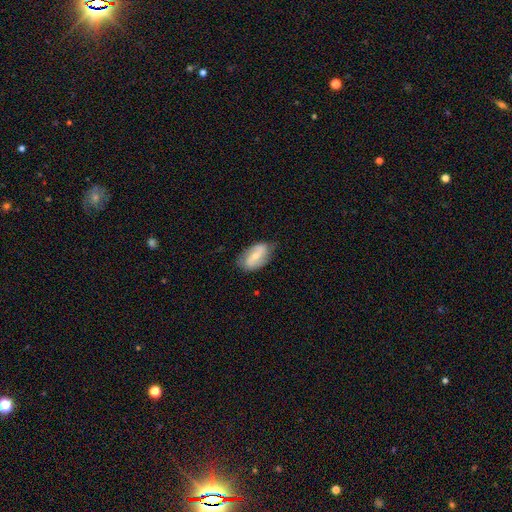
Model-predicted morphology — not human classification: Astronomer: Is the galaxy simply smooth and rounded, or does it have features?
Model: featured or disk — 66%.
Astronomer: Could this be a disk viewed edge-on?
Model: no — 95%.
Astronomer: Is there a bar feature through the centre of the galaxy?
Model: weak — 42% (runner-up: strong, 30%).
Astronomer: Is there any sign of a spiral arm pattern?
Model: yes — 87%.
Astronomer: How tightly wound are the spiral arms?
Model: loose — 51% (runner-up: medium, 33%).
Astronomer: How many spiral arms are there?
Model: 2 — 89%.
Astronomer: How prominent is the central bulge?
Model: small — 54% (runner-up: moderate, 40%).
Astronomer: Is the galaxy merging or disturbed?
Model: none — 78%.